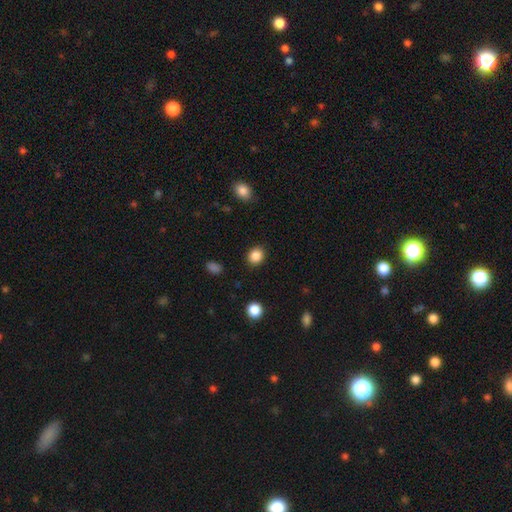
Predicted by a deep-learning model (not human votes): Q: Smooth or featured?
A: smooth (86%); runner-up: star or artifact (10%)
Q: How rounded?
A: round (69%); runner-up: in between (30%)
Q: Merging?
A: none (89%); runner-up: minor disturbance (7%)